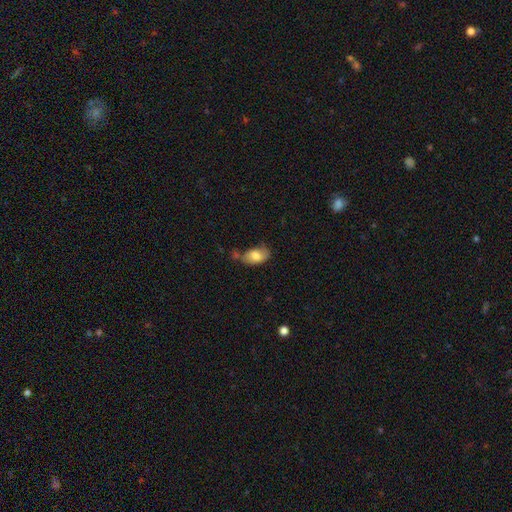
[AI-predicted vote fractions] smooth-or-featured: smooth: 73% | featured or disk: 19% | star or artifact: 8%
  how-rounded: in between: 91% | round: 7% | cigar-shaped: 2%
  merging: none: 45% | minor disturbance: 32% | merger: 12% | major disturbance: 11%